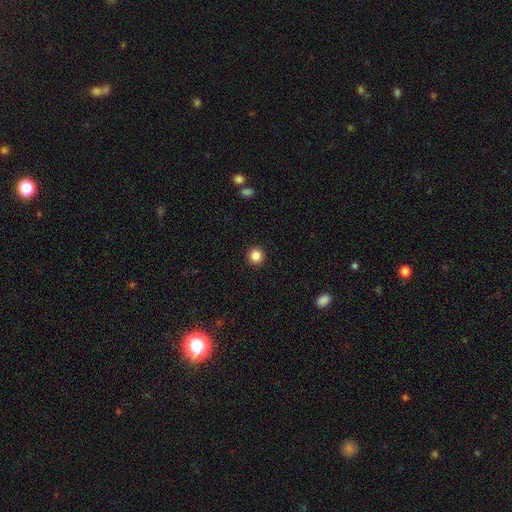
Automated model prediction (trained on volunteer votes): smooth 86%, star or artifact 10%, featured or disk 4%. Down the decision tree: how rounded — round (95%); merging — none (93%).